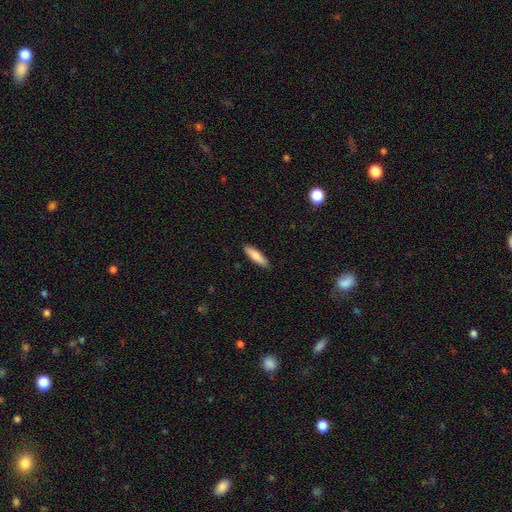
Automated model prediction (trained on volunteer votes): Smooth or featured: smooth — 79% (featured or disk — 15%)
How rounded: cigar-shaped — 67% (in between — 32%)
Merging: none — 88% (minor disturbance — 9%)